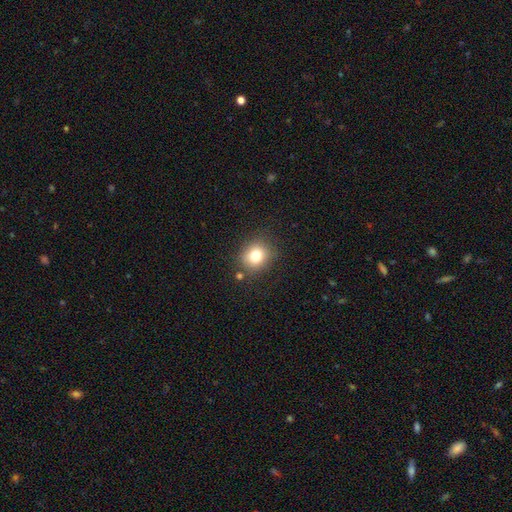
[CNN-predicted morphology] A smooth galaxy with no disk features (77%) that is round (78%). Merging: none (82%).